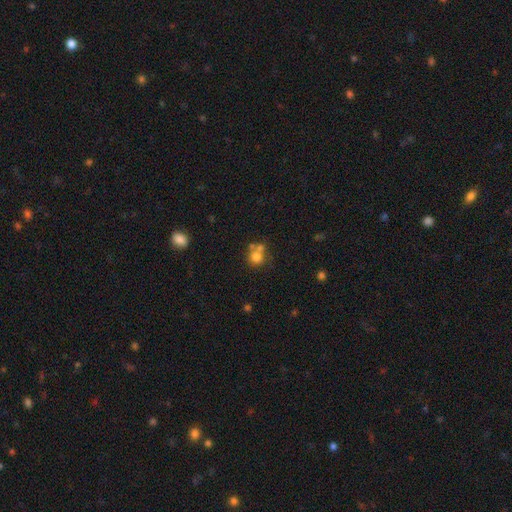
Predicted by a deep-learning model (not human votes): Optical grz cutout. It shows a smooth galaxy with no disk features (74%) that is round (83%). Merging: none (47%).